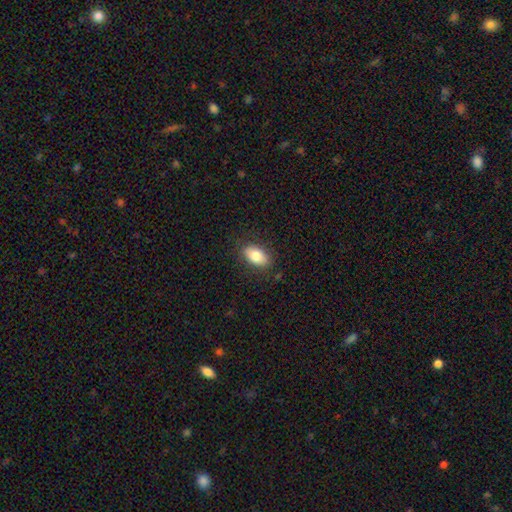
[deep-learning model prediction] Overall: smooth (81%). How rounded: in between (91%). Merging: none (85%).